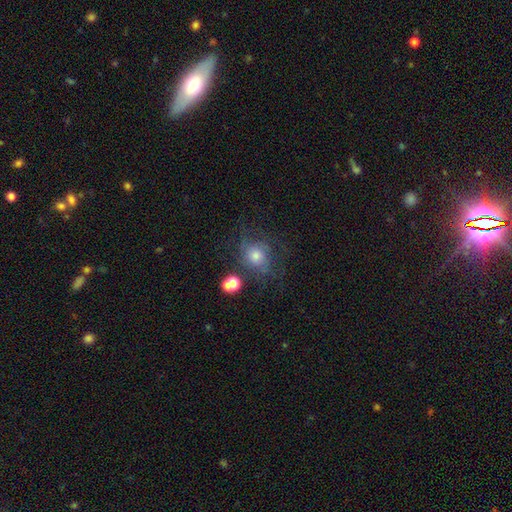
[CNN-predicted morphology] This is possibly a smooth galaxy (45%). Merging: possibly none (56%).